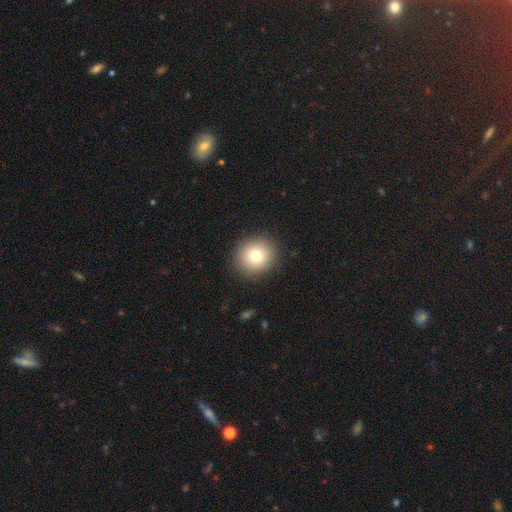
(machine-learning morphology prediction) Smooth or featured? smooth (77%)
How rounded? round (88%)
Merging? none (90%)